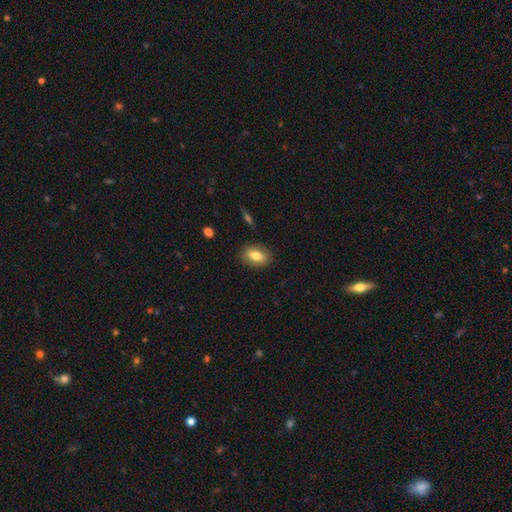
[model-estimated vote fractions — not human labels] A smooth galaxy with no disk features (76%) that is in between round and cigar-shaped (83%). Merging: none (85%).